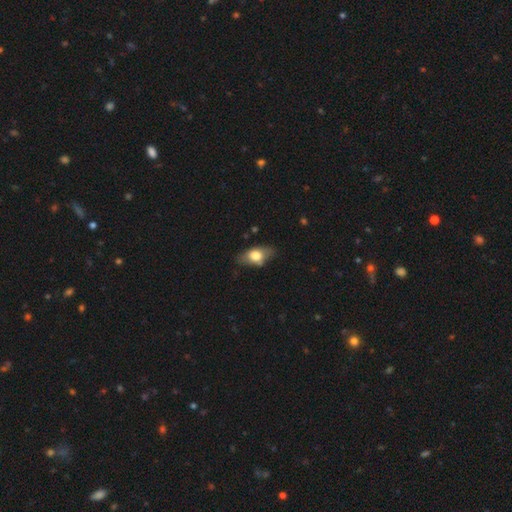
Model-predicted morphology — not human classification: This appears to be a smooth galaxy with no disk features (66%) that is in between round and cigar-shaped (85%). Merging: none (72%).